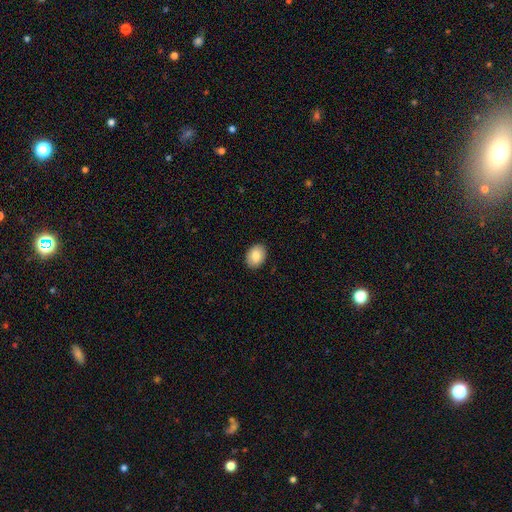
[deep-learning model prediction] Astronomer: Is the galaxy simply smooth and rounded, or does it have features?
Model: smooth — 83%.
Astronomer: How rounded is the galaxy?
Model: in between — 73%.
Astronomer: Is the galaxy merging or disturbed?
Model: none — 90%.